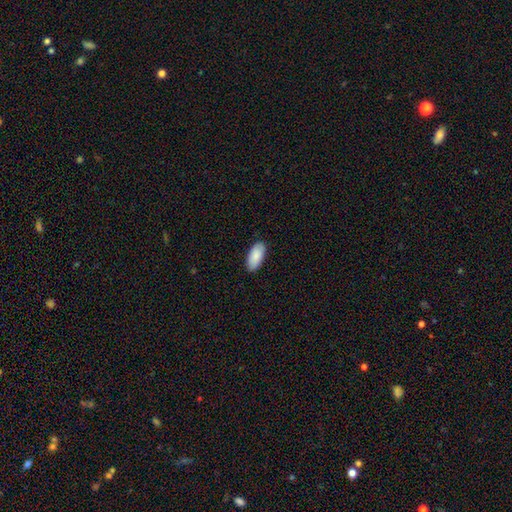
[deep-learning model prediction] smooth_or_featured: smooth (p=0.87) [alt: featured or disk p=0.08]
how_rounded: in between (p=0.93) [alt: cigar-shaped p=0.05]
merging: none (p=0.88) [alt: minor disturbance p=0.09]